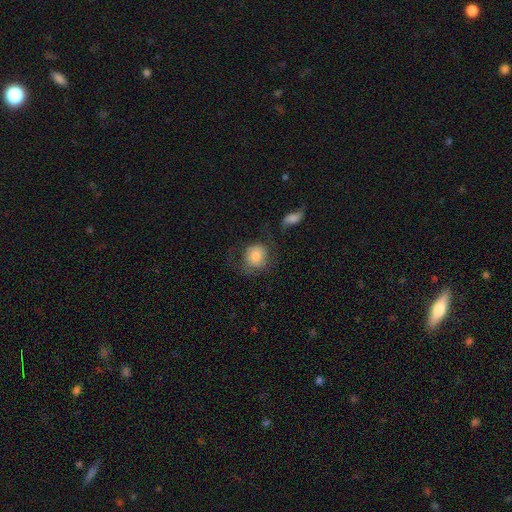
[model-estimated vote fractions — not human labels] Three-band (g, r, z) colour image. It shows a smooth galaxy with no disk features (68%) that is round (79%). Merging: none (48%).